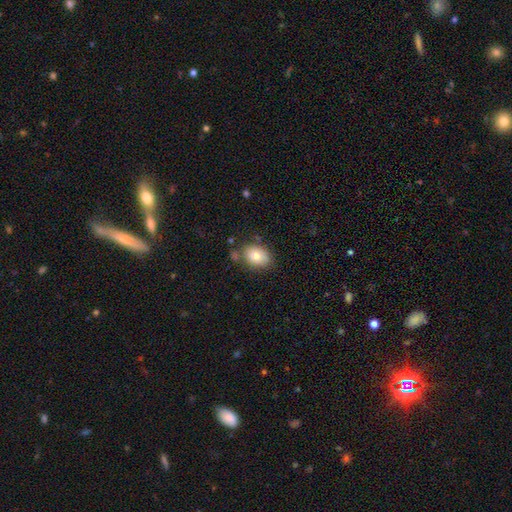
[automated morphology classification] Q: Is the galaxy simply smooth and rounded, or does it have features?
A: smooth — 80%.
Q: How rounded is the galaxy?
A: in between — 75%.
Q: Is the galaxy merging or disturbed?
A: none — 71%.